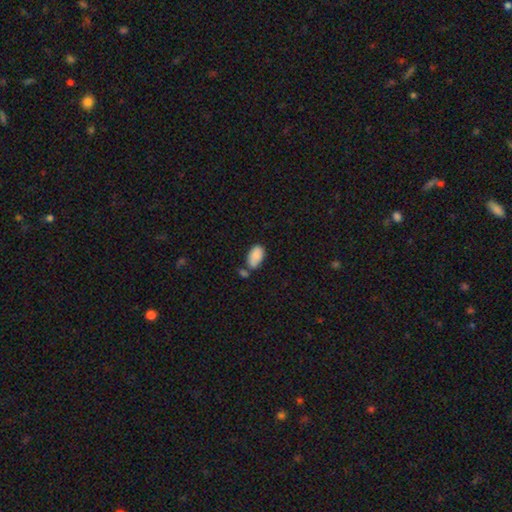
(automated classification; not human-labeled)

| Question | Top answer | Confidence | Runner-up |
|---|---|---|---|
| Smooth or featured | smooth | 86% | star or artifact (7%) |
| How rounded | in between | 93% | round (5%) |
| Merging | none | 47% | merger (25%) |